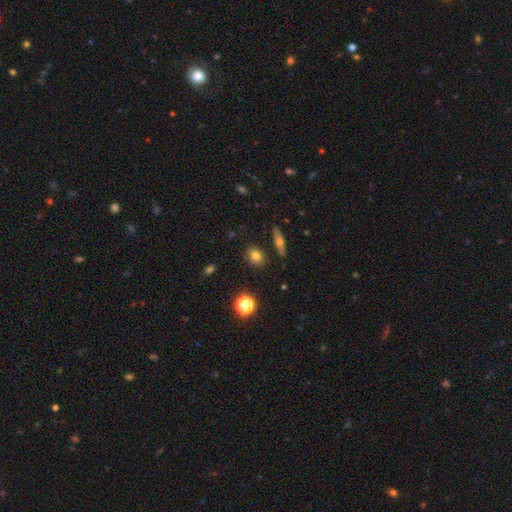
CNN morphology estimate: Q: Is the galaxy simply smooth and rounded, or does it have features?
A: smooth — 75%.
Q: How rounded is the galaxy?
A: round — 67%.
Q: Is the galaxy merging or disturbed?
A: none — 84%.